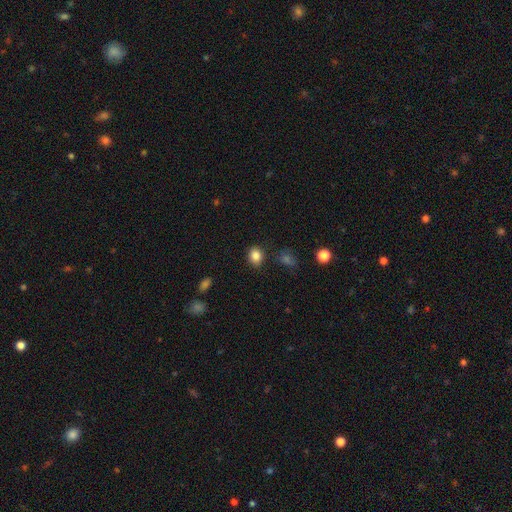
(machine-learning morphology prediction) A smooth galaxy with no disk features (85%) that is round (57%).

Vote fractions:
- Smooth or featured? smooth: 85% / star or artifact: 10% / featured or disk: 5%
- How rounded? round: 57% / in between: 42% / cigar-shaped: 1%
- Merging? none: 84% / minor disturbance: 11% / major disturbance: 3% / merger: 3%